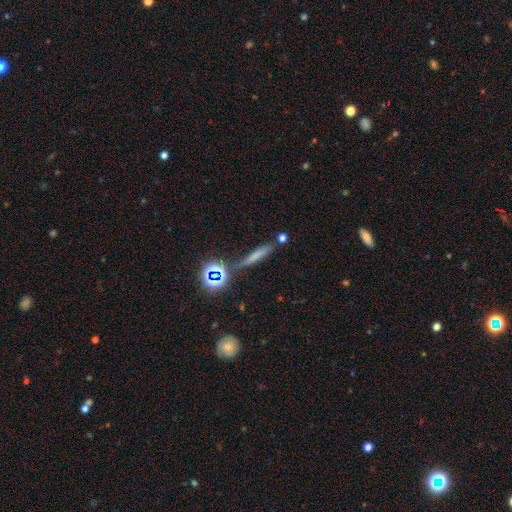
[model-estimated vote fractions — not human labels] The model was most divided on "smooth or featured": smooth: 57%, star or artifact: 22%, featured or disk: 21%. More confident: how rounded — cigar-shaped (86%); merging — none (72%).